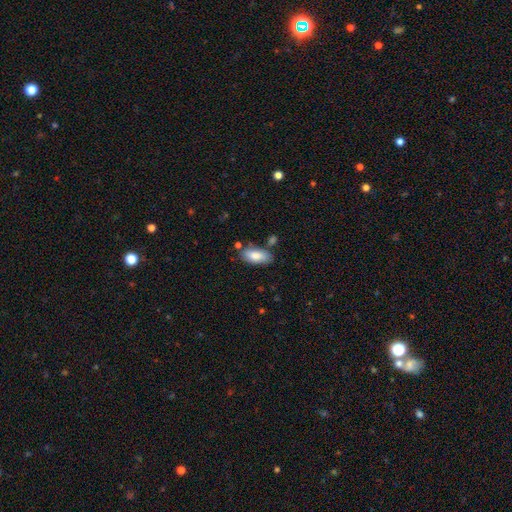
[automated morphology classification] This appears to be a smooth galaxy with no disk features (82%) that is in between round and cigar-shaped (88%). Merging: none (71%).